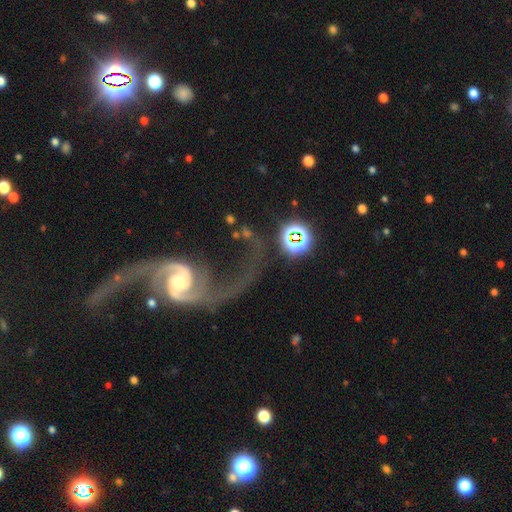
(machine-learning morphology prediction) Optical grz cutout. It shows a featured or disk galaxy (90%) with a weak bar (42%), 2 (94%) loose (81%) spiral arms (97%) and a moderate central bulge (45%). Merging: none (64%).